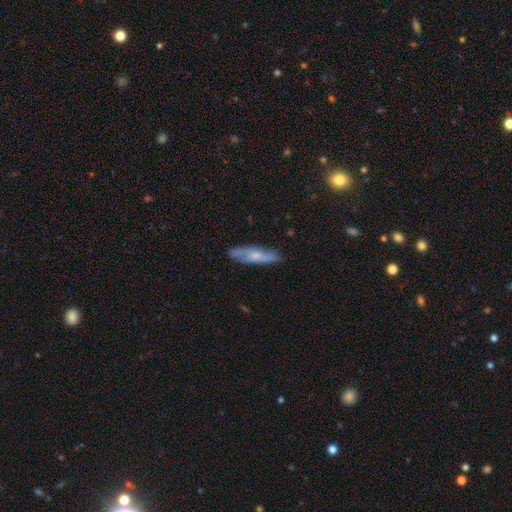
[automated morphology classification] Smooth or featured? Predicted: featured or disk (p=0.48). Merging? Predicted: none (p=0.78).